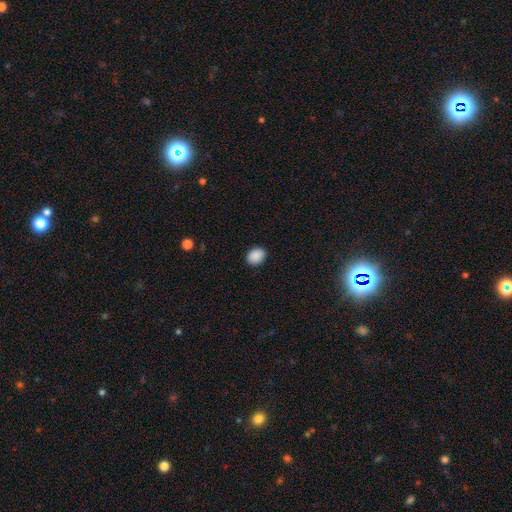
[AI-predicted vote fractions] Q: Smooth or featured?
A: smooth (90%); runner-up: star or artifact (8%)
Q: How rounded?
A: in between (61%); runner-up: round (38%)
Q: Merging?
A: none (90%); runner-up: minor disturbance (8%)